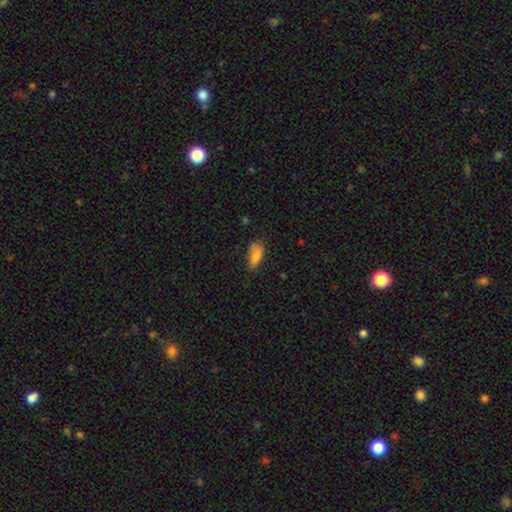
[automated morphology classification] Overall: smooth (82%). How rounded: in between (83%). Merging: none (57%; minor disturbance 32%).